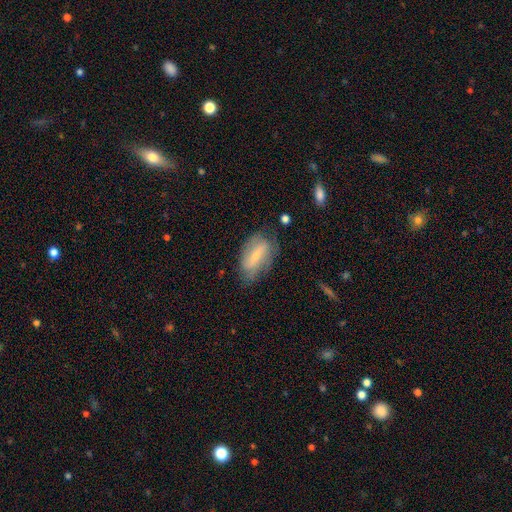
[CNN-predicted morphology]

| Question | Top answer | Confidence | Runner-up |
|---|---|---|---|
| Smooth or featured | featured or disk | 49% | smooth (44%) |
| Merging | none | 63% | minor disturbance (26%) |